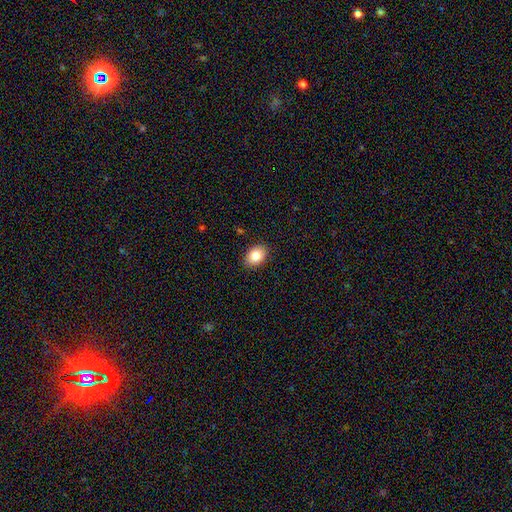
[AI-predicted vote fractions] smooth 84%, featured or disk 8%, star or artifact 8%. Down the decision tree: how rounded — in between (77%); merging — none (89%).